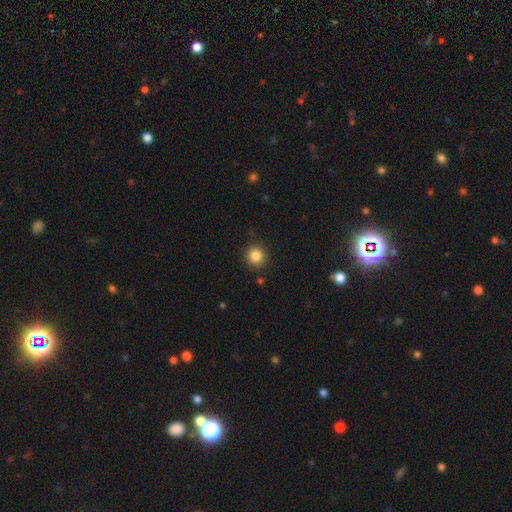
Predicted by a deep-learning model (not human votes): Smooth or featured?
  - smooth: 85% *
  - star or artifact: 11%
  - featured or disk: 4%
How rounded?
  - round: 93% *
  - in between: 6%
  - cigar-shaped: 1%
Merging?
  - none: 90% *
  - minor disturbance: 7%
  - major disturbance: 2%
  - merger: 1%